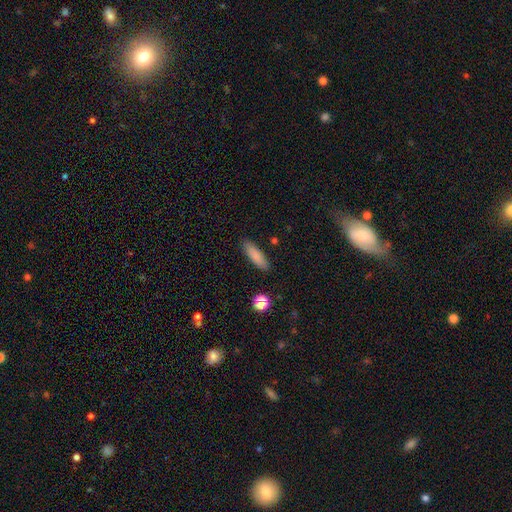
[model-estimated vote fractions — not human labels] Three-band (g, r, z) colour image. It shows a smooth galaxy with no disk features (84%) that is cigar-shaped (58%). Merging: none (88%).